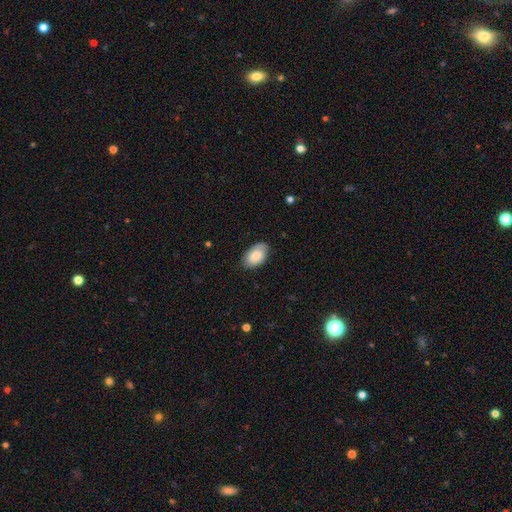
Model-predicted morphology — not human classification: Q: Smooth or featured?
A: smooth (79%); runner-up: featured or disk (15%)
Q: How rounded?
A: in between (93%); runner-up: round (6%)
Q: Merging?
A: none (80%); runner-up: minor disturbance (16%)